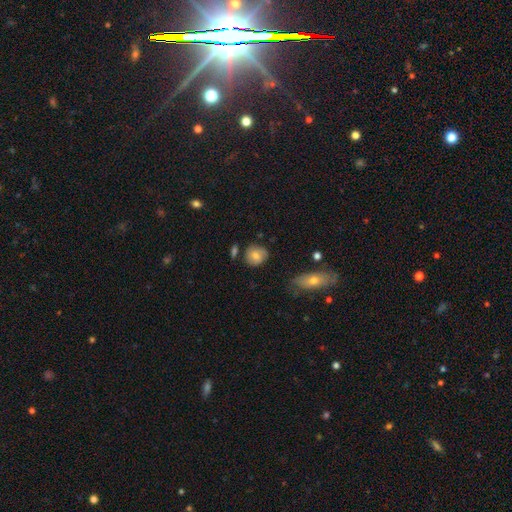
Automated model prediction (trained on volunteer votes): Smooth or featured?
  - smooth: 75% *
  - featured or disk: 17%
  - star or artifact: 8%
How rounded?
  - round: 76% *
  - in between: 22%
  - cigar-shaped: 1%
Merging?
  - none: 72% *
  - minor disturbance: 19%
  - merger: 5%
  - major disturbance: 4%